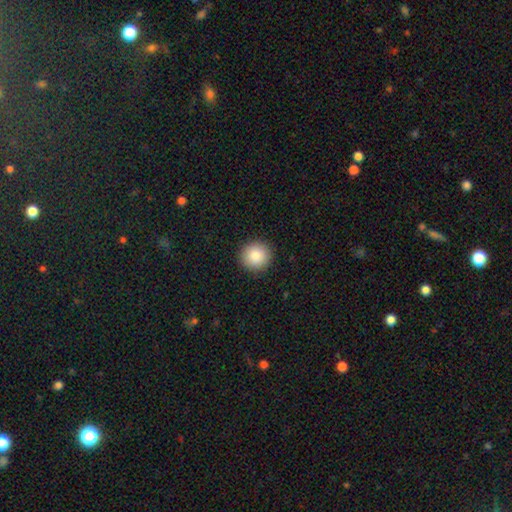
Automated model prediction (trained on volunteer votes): smooth 87%, star or artifact 8%, featured or disk 5%. Down the decision tree: how rounded — round (92%); merging — none (92%).